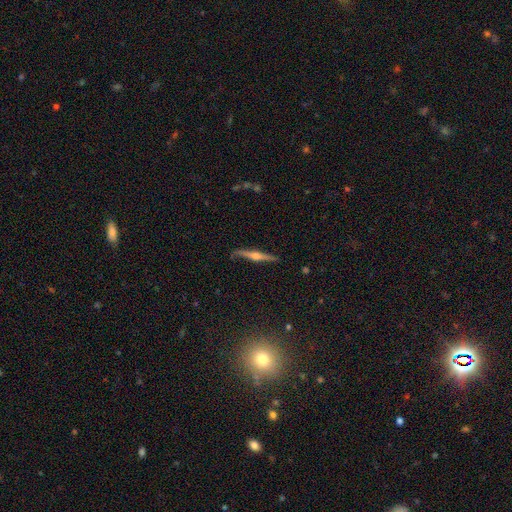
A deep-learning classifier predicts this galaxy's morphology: A featured or disk galaxy (79%) viewed edge-on (97%) with a rounded central bulge (92%).

Vote fractions:
- Smooth or featured? featured or disk: 79% / smooth: 15% / star or artifact: 6%
- Edge-on disk? yes: 97% / no: 3%
- Edge-on bulge? rounded: 92% / boxy: 4% / none: 4%
- Merging? none: 86% / minor disturbance: 10% / major disturbance: 2% / merger: 1%